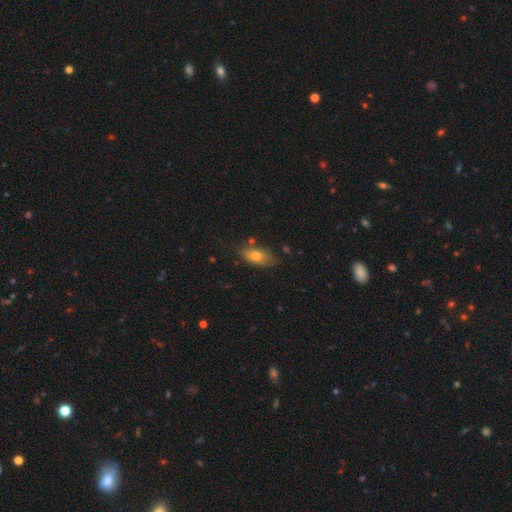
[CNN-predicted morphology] Smooth or featured?
  - smooth: 74% *
  - featured or disk: 17%
  - star or artifact: 8%
How rounded?
  - in between: 84% *
  - cigar-shaped: 11%
  - round: 5%
Merging?
  - none: 73% *
  - minor disturbance: 19%
  - major disturbance: 4%
  - merger: 4%